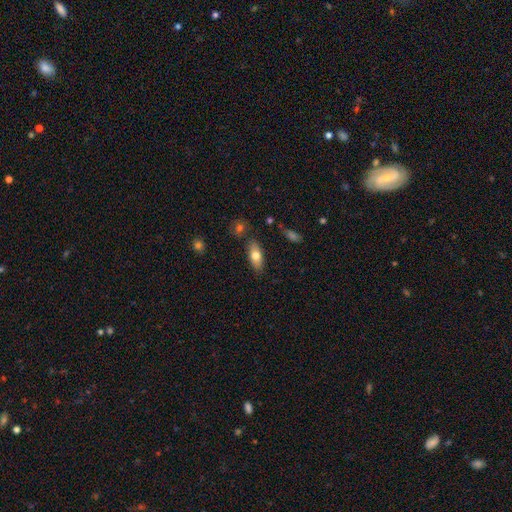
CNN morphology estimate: Smooth or featured?
  - smooth: 73% *
  - featured or disk: 20%
  - star or artifact: 7%
How rounded?
  - in between: 80% *
  - cigar-shaped: 17%
  - round: 3%
Merging?
  - none: 82% *
  - minor disturbance: 12%
  - merger: 4%
  - major disturbance: 3%